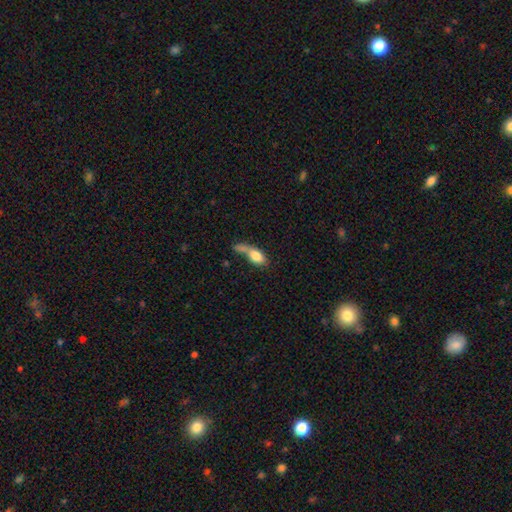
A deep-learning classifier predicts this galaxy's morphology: Smooth or featured: smooth — 74% (featured or disk — 18%)
How rounded: in between — 74% (cigar-shaped — 16%)
Merging: merger — 39% (major disturbance — 23%)